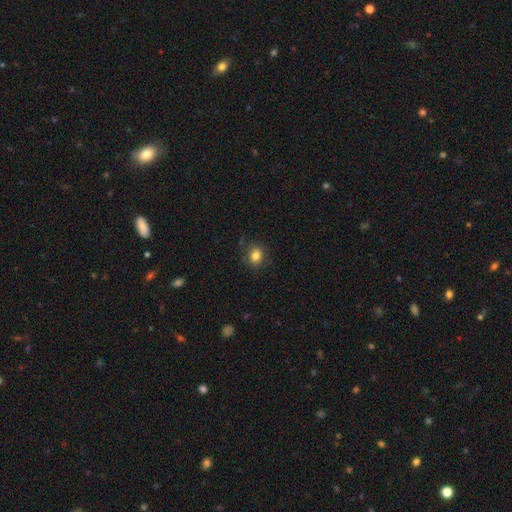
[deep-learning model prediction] Morphology: type=smooth (81%); roundness=round (61%); merging=none (83%).